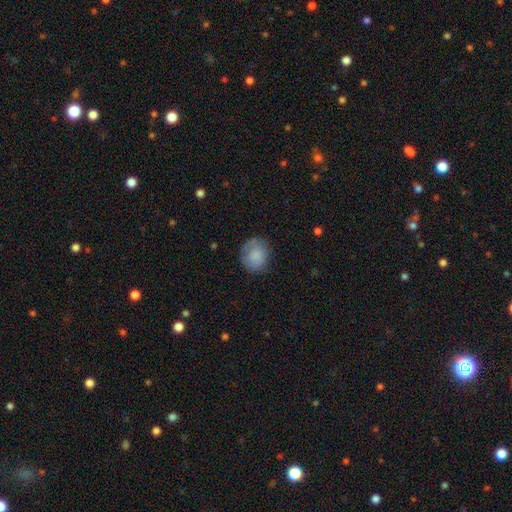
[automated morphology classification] smooth-or-featured: smooth: 82% | featured or disk: 10% | star or artifact: 7%
  how-rounded: round: 77% | in between: 22% | cigar-shaped: 1%
  merging: none: 75% | minor disturbance: 18% | major disturbance: 5% | merger: 1%